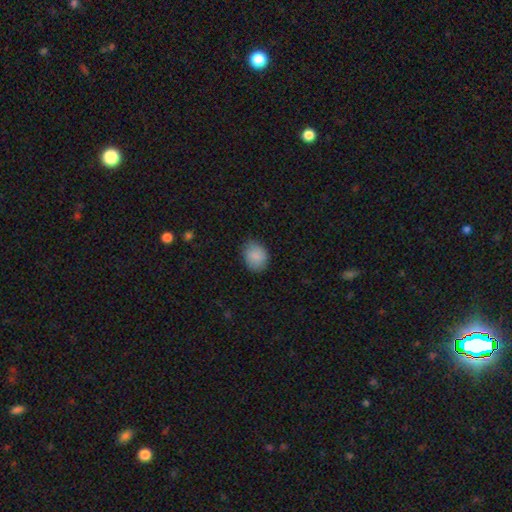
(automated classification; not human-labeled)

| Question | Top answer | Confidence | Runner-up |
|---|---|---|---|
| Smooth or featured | smooth | 87% | star or artifact (7%) |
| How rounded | in between | 51% | round (48%) |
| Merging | none | 79% | minor disturbance (17%) |